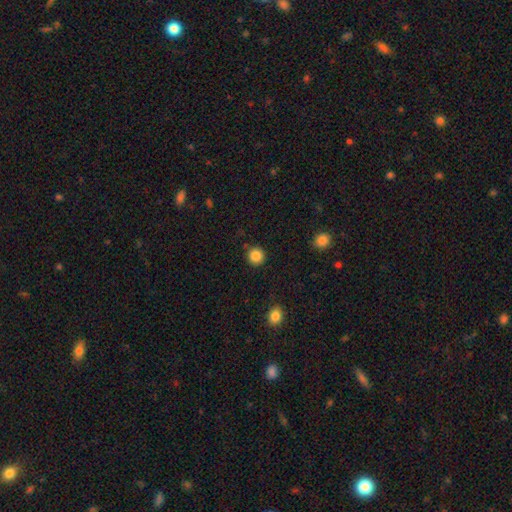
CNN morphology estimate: smooth_or_featured: smooth (p=0.86) [alt: star or artifact p=0.10]
how_rounded: round (p=0.94) [alt: in between p=0.05]
merging: none (p=0.90) [alt: minor disturbance p=0.06]